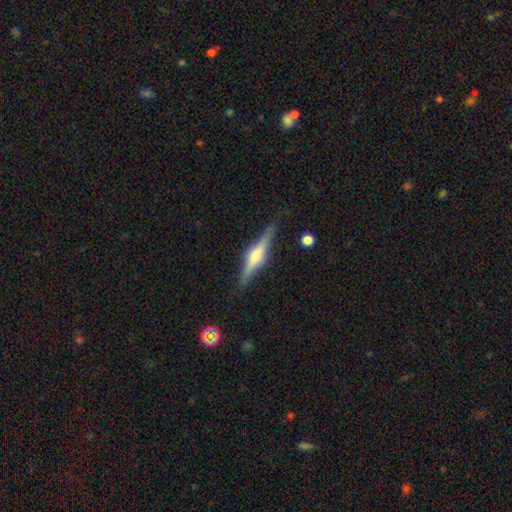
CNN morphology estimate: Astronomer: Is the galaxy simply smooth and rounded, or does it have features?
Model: featured or disk — 72%.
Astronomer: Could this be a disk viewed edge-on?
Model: yes — 97%.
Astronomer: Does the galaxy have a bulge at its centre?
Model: rounded — 81%.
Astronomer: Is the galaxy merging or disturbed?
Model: none — 86%.